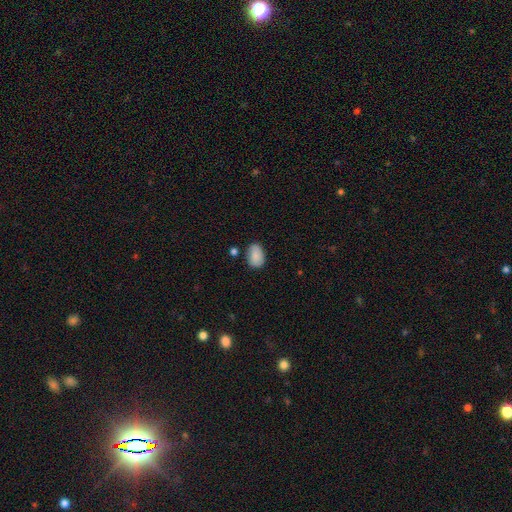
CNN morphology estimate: Smooth or featured? Predicted: smooth (p=0.85). How rounded? Predicted: in between (p=0.84). Merging? Predicted: none (p=0.72).